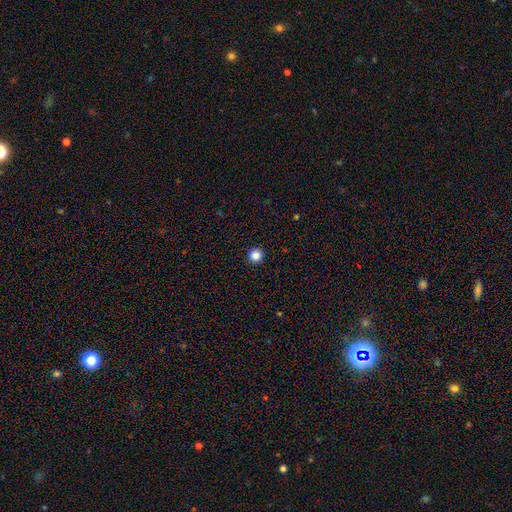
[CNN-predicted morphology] This is clearly a smooth galaxy (85%). How rounded: clearly round (97%). Merging: clearly none (94%).